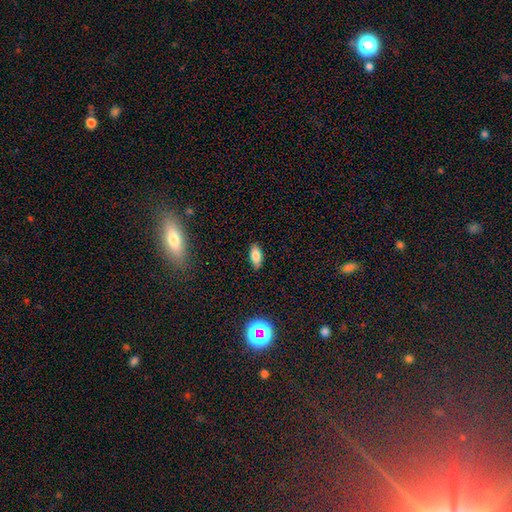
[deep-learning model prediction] A smooth galaxy with no disk features (80%) that is in between round and cigar-shaped (87%). Merging: none (87%).